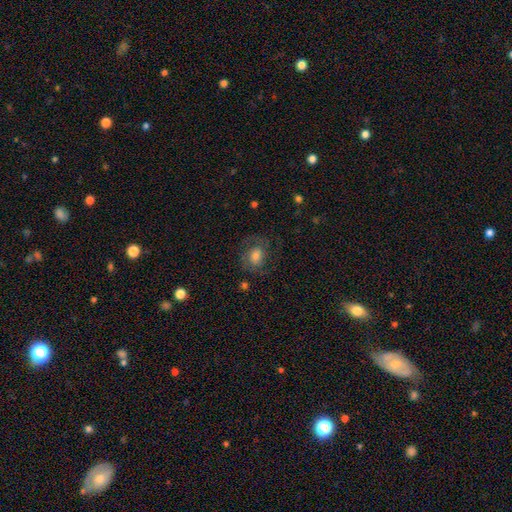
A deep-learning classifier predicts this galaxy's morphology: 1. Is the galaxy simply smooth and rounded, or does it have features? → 52% featured or disk, 36% smooth, 12% star or artifact.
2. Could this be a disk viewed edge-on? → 97% no, 3% yes.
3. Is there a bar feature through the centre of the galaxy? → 67% no, 27% weak, 6% strong.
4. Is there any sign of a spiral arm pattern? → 83% yes, 17% no.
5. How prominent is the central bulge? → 49% moderate, 24% large, 20% small, 4% none, 3% dominant.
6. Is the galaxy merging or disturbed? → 70% none, 16% minor disturbance, 12% major disturbance, 1% merger.